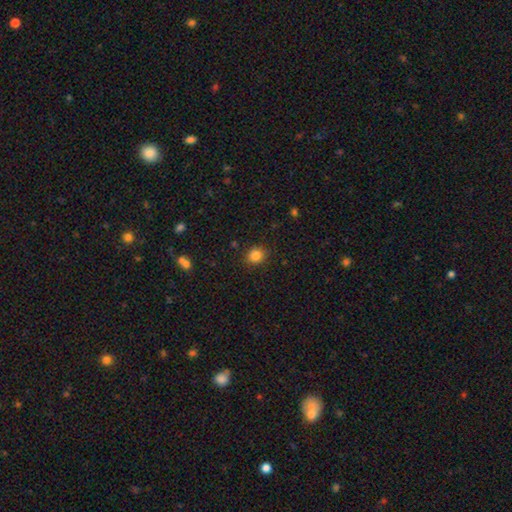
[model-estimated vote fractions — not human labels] This appears to be a smooth galaxy with no disk features (84%) that is round (75%). Merging: none (87%).